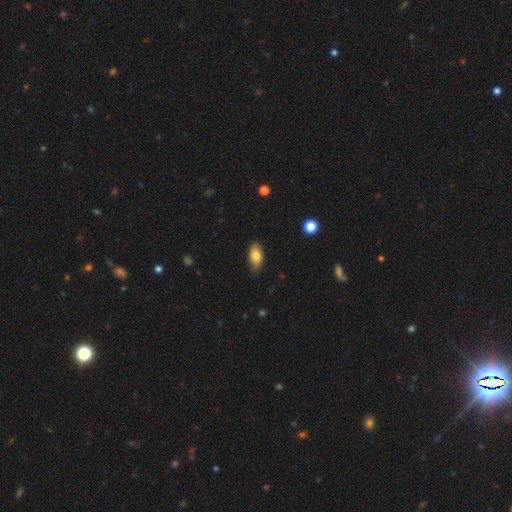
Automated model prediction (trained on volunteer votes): Smooth or featured? Predicted: smooth (p=0.81). How rounded? Predicted: in between (p=0.91). Merging? Predicted: none (p=0.79).